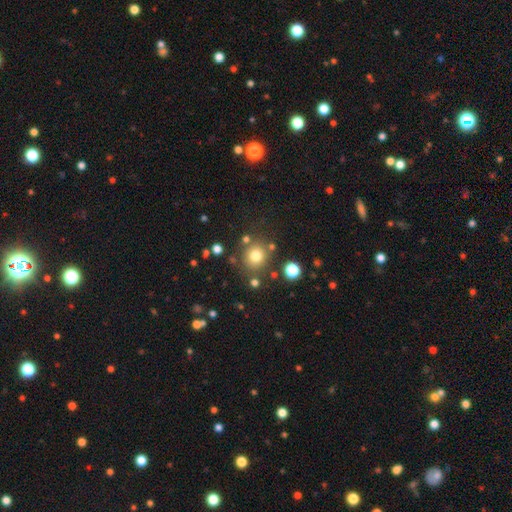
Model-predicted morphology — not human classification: Smooth or featured: smooth — 77% (star or artifact — 14%)
How rounded: round — 85% (in between — 14%)
Merging: none — 80% (minor disturbance — 10%)